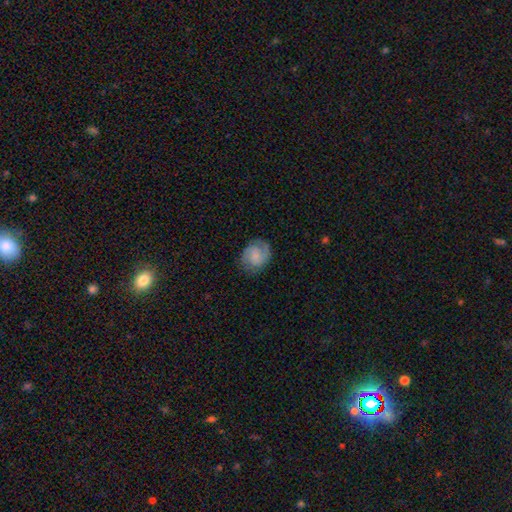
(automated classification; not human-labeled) Smooth or featured: smooth — 49% (featured or disk — 43%)
Merging: none — 71% (minor disturbance — 20%)